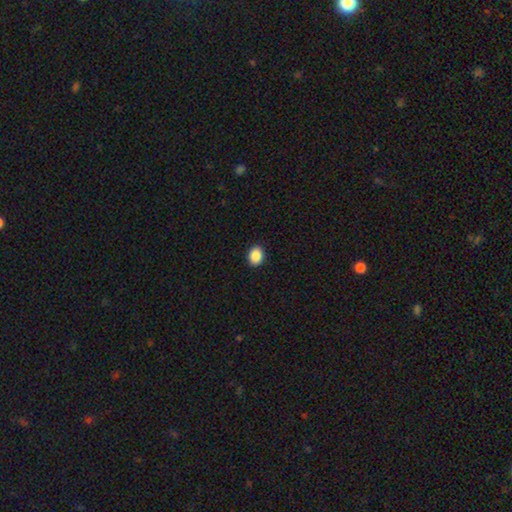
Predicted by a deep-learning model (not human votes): Q: Smooth or featured?
A: smooth (88%); runner-up: star or artifact (9%)
Q: How rounded?
A: in between (50%); runner-up: round (49%)
Q: Merging?
A: none (91%); runner-up: minor disturbance (6%)